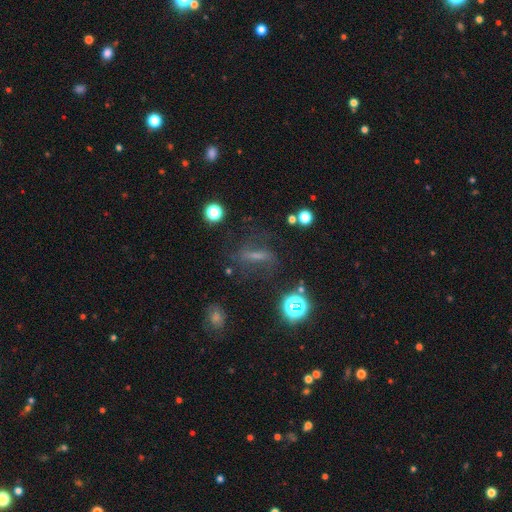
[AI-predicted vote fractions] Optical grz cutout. It shows a featured or disk galaxy (40%). Merging: none (65%).